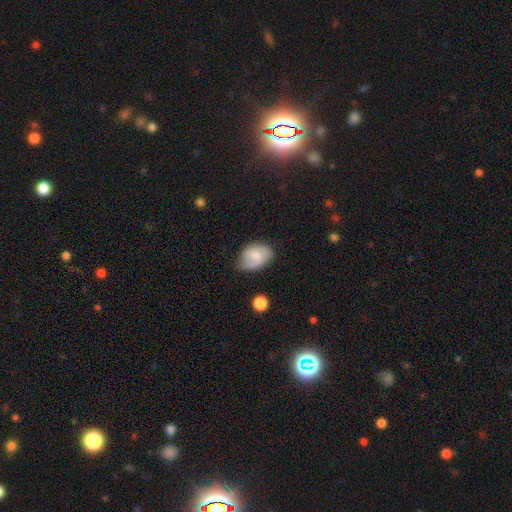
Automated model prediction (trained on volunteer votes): smooth_or_featured: smooth (p=0.60) [alt: featured or disk p=0.32]
how_rounded: in between (p=0.78) [alt: round p=0.21]
merging: none (p=0.54) [alt: minor disturbance p=0.36]